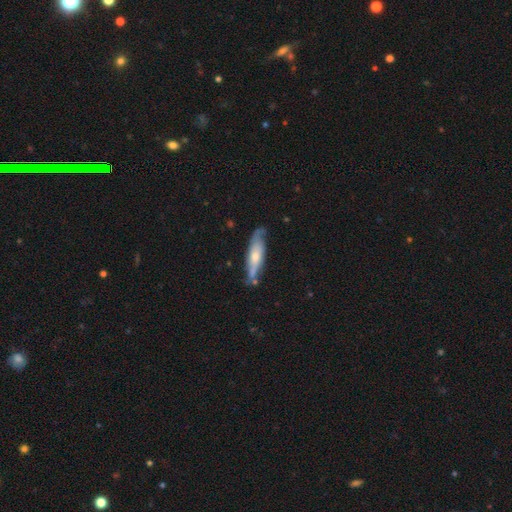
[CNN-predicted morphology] smooth-or-featured: featured or disk: 59% | smooth: 35% | star or artifact: 6%
  disk-edge-on: yes: 51% | no: 49%
  merging: none: 68% | minor disturbance: 22% | major disturbance: 6% | merger: 4%